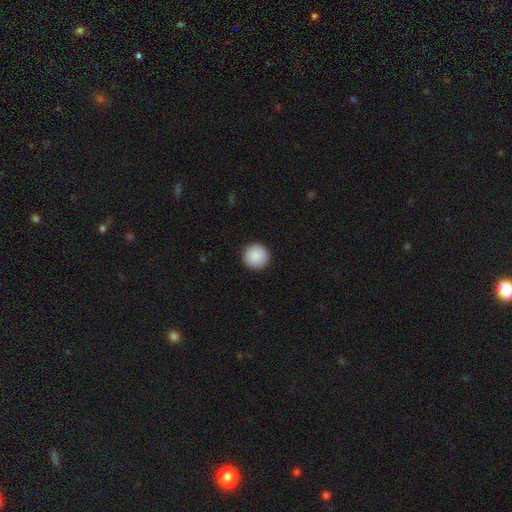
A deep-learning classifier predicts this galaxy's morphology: This is clearly a smooth galaxy (89%). How rounded: clearly round (96%). Merging: clearly none (93%).